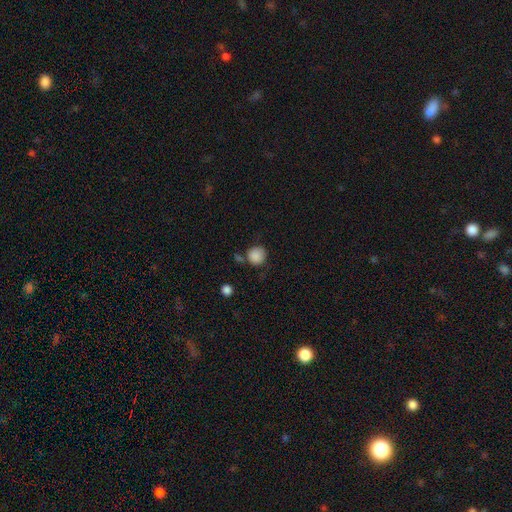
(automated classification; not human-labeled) Smooth or featured? smooth (87%)
How rounded? round (91%)
Merging? none (74%)